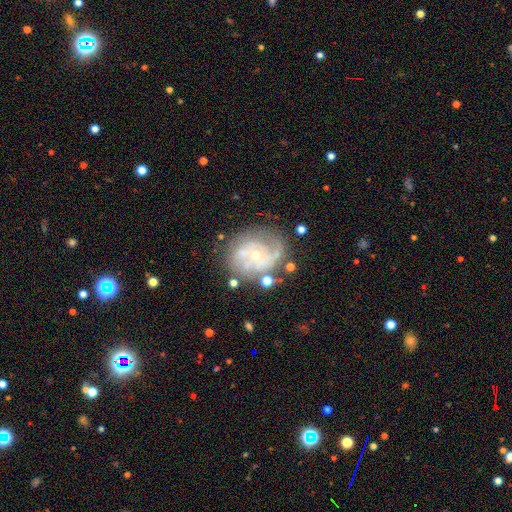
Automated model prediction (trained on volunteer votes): Overall: featured or disk (81%). Edge-on disk: no (97%). Bar: no (72%). Spiral arms: yes (89%). Spiral arm count: 2 (35%; can't tell 29%). Spiral winding: tight (50%; medium 36%). Bulge size: small (70%). Merging: none (62%).